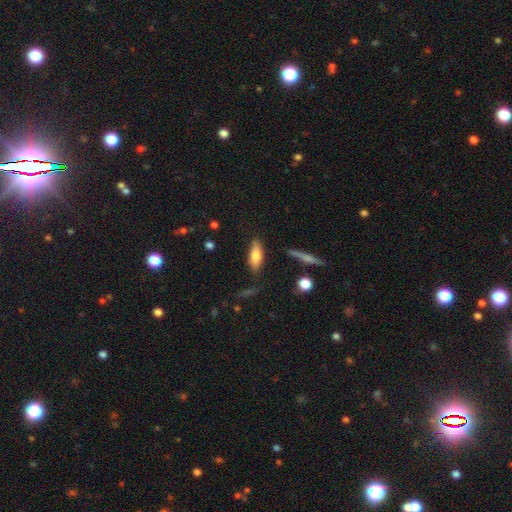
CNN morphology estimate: A smooth galaxy with no disk features (75%) that is in between round and cigar-shaped (62%). Merging: none (75%).